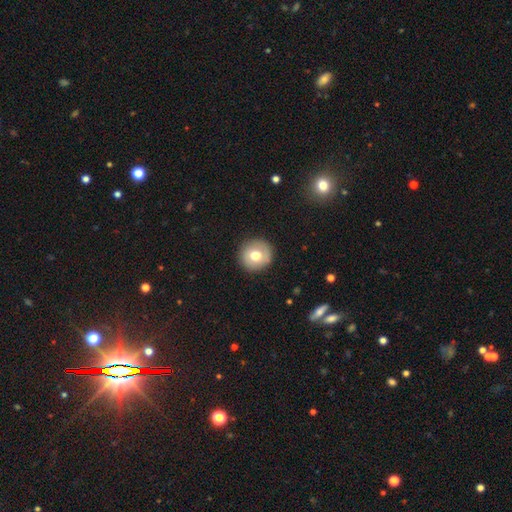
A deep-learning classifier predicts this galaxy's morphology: smooth_or_featured: smooth (p=0.72) [alt: featured or disk p=0.19]
how_rounded: round (p=0.93) [alt: in between p=0.06]
merging: none (p=0.89) [alt: minor disturbance p=0.07]